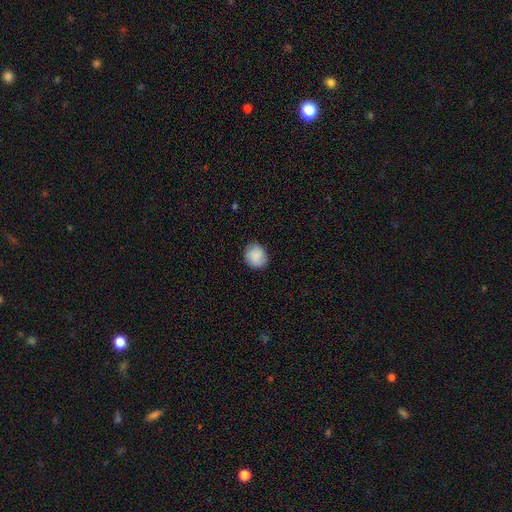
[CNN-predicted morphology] The model was most divided on "how rounded": round: 81%, in between: 18%, cigar-shaped: 1%. More confident: merging — none (85%); smooth or featured — smooth (82%).